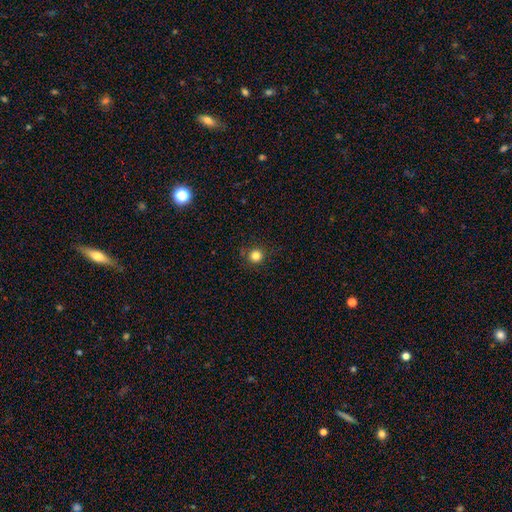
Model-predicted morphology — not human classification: Overall: smooth (83%). How rounded: round (94%). Merging: none (88%).